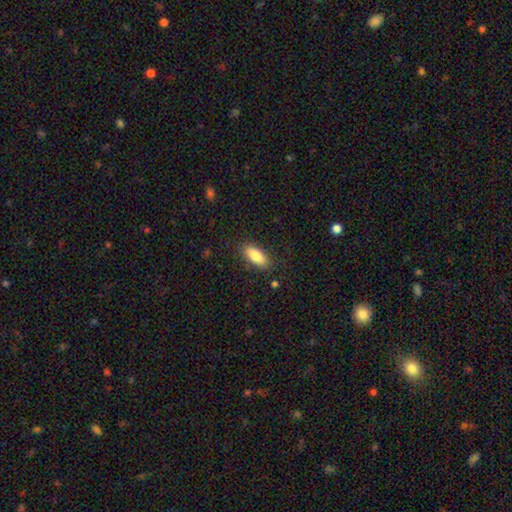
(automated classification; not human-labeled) smooth-or-featured: smooth: 83% | featured or disk: 10% | star or artifact: 7%
  how-rounded: in between: 77% | cigar-shaped: 21% | round: 2%
  merging: none: 85% | minor disturbance: 11% | major disturbance: 3% | merger: 1%